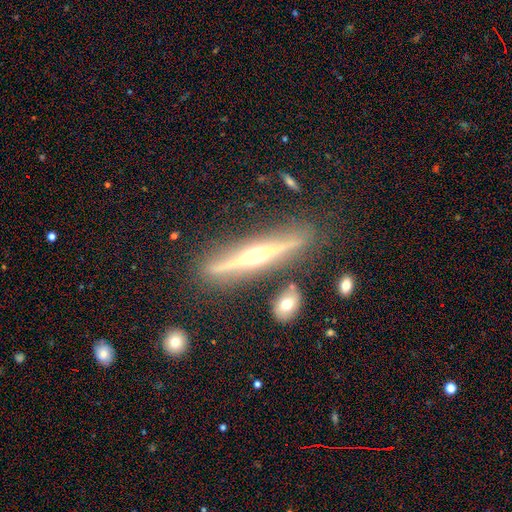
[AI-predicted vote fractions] Smooth or featured: featured or disk — 81% (smooth — 13%)
Edge-on disk: yes — 97% (no — 3%)
Edge-on bulge: rounded — 91% (none — 5%)
Merging: none — 83% (minor disturbance — 10%)